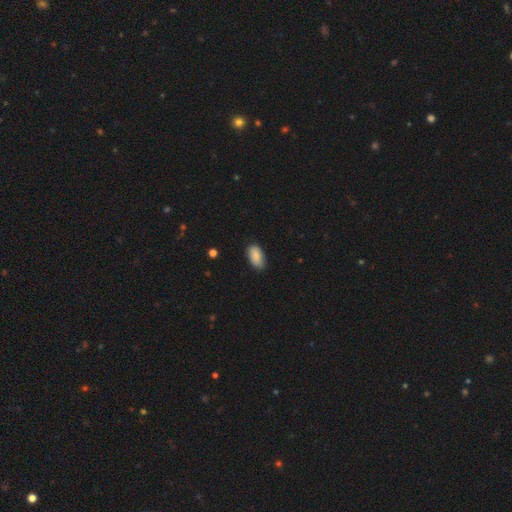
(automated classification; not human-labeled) This appears to be a smooth galaxy with no disk features (87%) that is in between round and cigar-shaped (94%). Merging: none (80%).